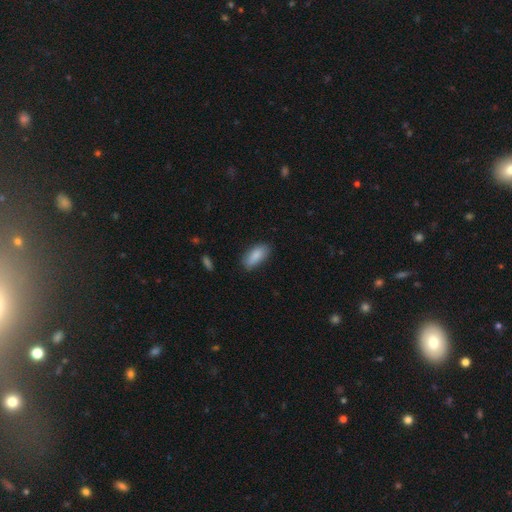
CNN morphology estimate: Smooth or featured? Predicted: smooth (p=0.87). How rounded? Predicted: in between (p=0.83). Merging? Predicted: none (p=0.81).